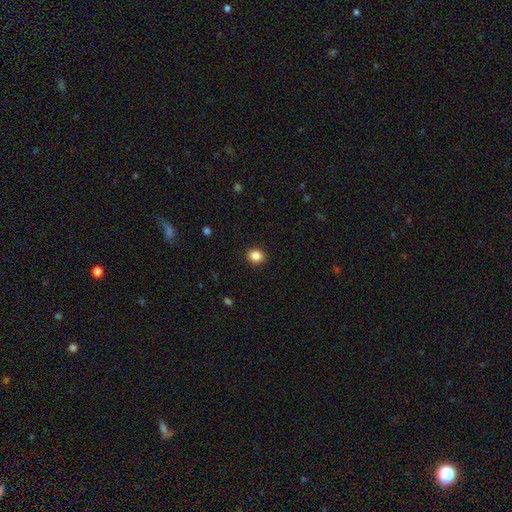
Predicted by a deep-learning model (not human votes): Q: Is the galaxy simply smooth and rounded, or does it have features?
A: smooth — 86%.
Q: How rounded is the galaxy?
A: round — 74%.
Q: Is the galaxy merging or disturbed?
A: none — 91%.